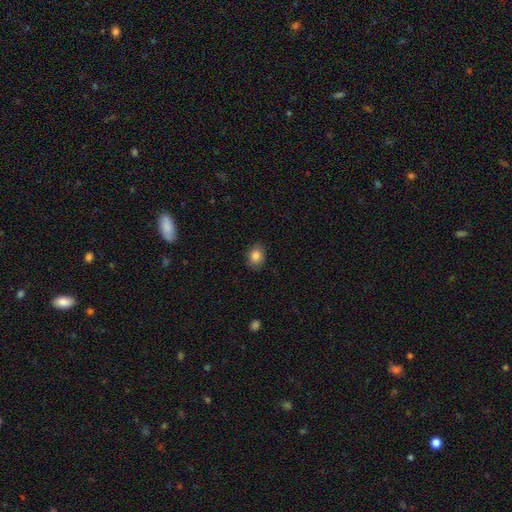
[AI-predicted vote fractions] Morphology: type=smooth (85%); roundness=round (50%); merging=none (85%).